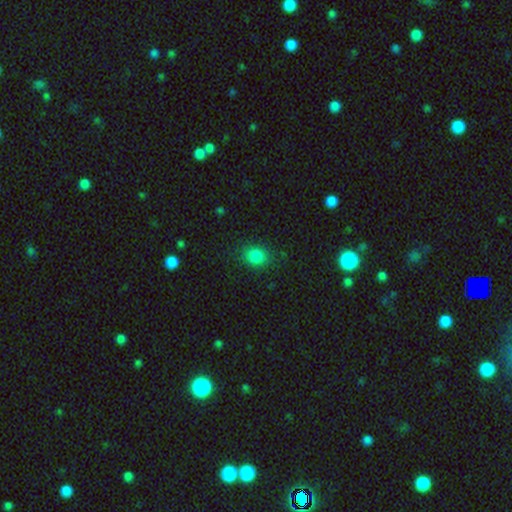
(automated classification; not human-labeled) A smooth galaxy with no disk features (85%) that is round (56%). Merging: none (84%).